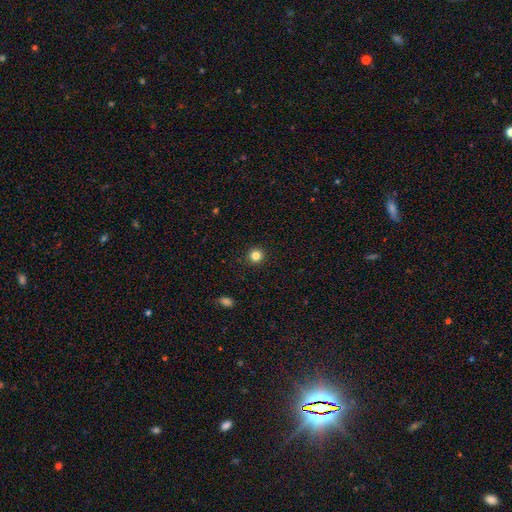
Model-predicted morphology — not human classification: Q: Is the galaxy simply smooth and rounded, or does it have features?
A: smooth — 83%.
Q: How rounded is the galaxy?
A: round — 95%.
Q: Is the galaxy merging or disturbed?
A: none — 93%.